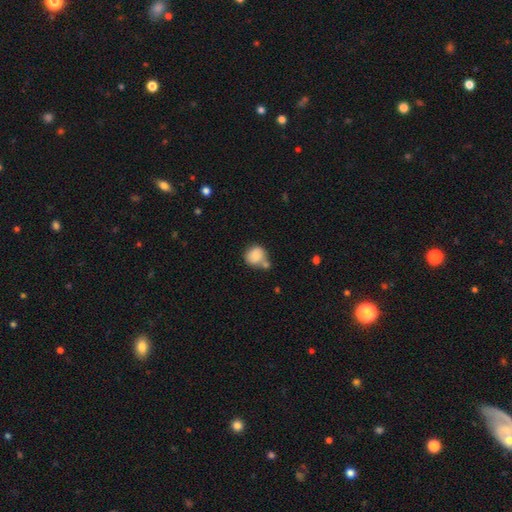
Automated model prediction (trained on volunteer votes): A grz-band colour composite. It shows a smooth galaxy with no disk features (83%) that is round (80%). Merging: none (43%).